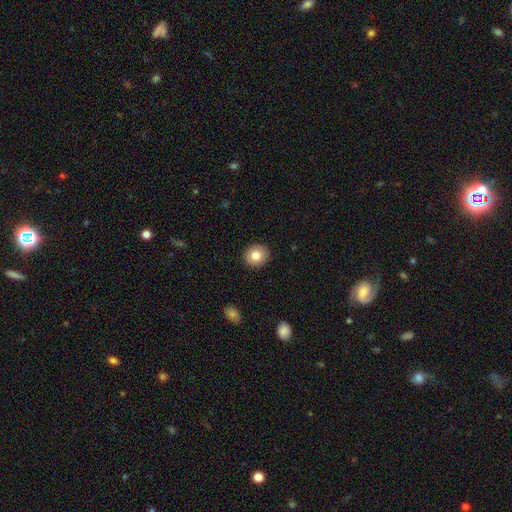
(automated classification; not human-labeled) Overall: smooth (81%). How rounded: round (85%). Merging: none (91%).